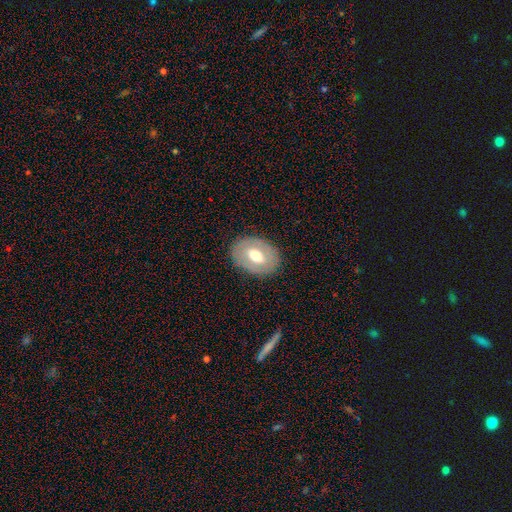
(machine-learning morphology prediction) Smooth or featured? smooth (53%)
How rounded? in between (72%)
Merging? none (85%)